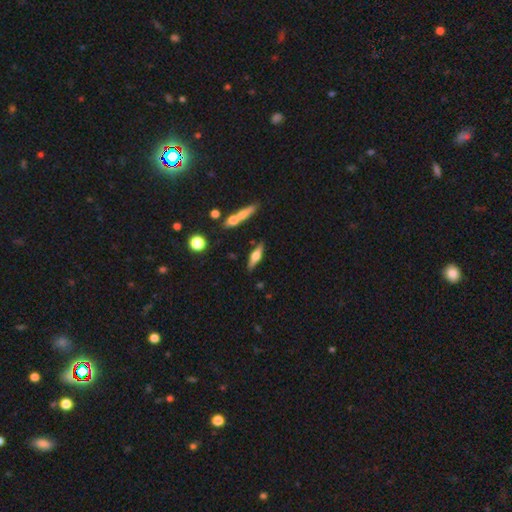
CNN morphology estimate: type=featured or disk (57%); edge-on=yes (94%); edge-on bulge=rounded (86%); merging=none (81%).